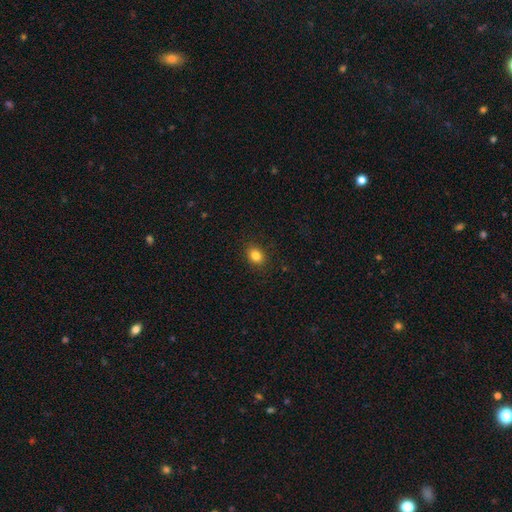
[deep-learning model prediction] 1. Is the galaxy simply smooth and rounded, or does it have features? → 84% smooth, 11% star or artifact, 6% featured or disk.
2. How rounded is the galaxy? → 55% in between, 44% round, 1% cigar-shaped.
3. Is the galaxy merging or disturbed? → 89% none, 8% minor disturbance, 2% major disturbance, 1% merger.